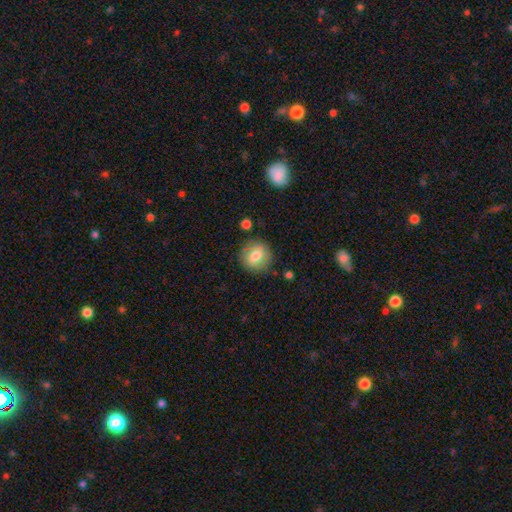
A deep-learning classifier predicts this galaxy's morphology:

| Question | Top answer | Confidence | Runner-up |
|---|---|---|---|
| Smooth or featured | smooth | 74% | featured or disk (17%) |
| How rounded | round | 85% | in between (14%) |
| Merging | none | 85% | minor disturbance (10%) |